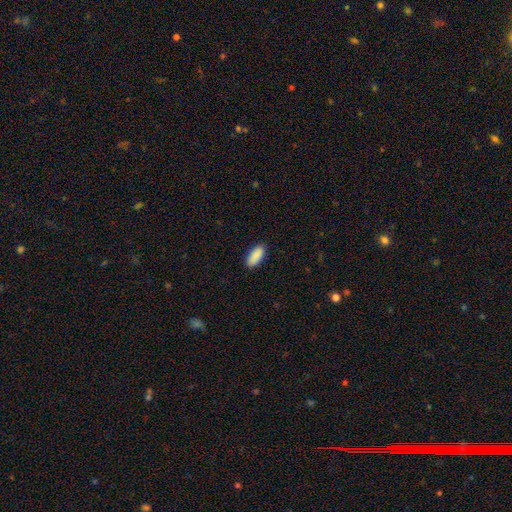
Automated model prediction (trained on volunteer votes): This is clearly a smooth galaxy (91%). How rounded: clearly in between (85%). Merging: clearly none (89%).